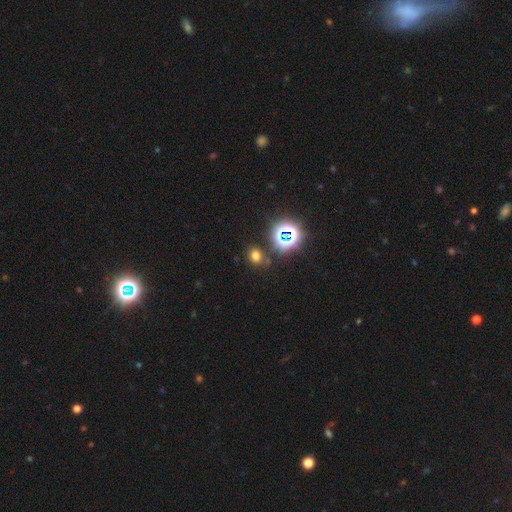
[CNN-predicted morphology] Overall: smooth (64%; star or artifact 30%). How rounded: round (57%; in between 42%). Merging: none (77%).